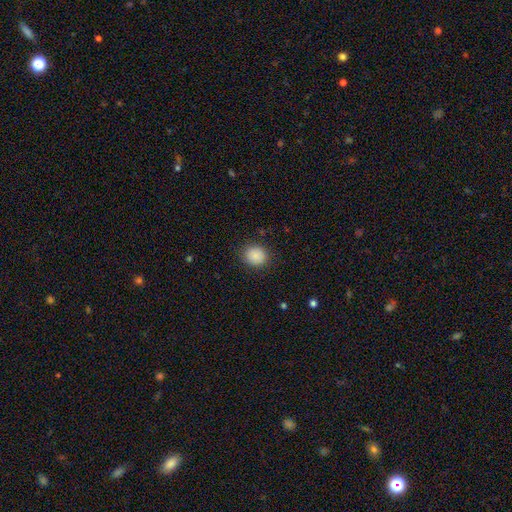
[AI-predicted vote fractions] The model was most divided on "how rounded": round: 77%, in between: 23%, cigar-shaped: 1%. More confident: smooth or featured — smooth (88%); merging — none (88%).